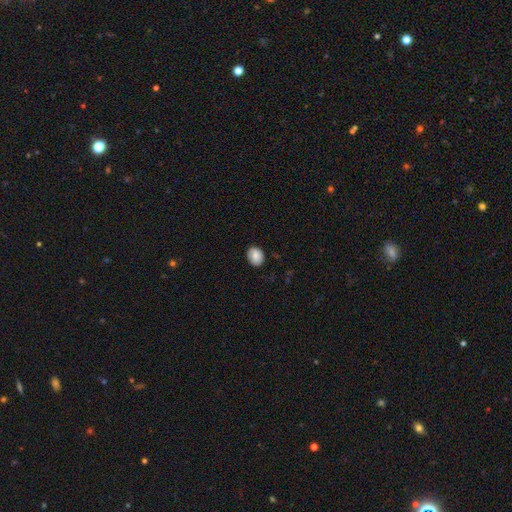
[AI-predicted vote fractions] Overall: smooth (83%). How rounded: round (52%; in between 47%). Merging: none (86%).